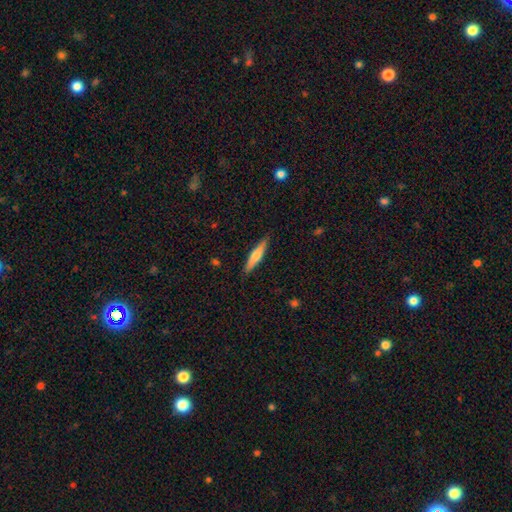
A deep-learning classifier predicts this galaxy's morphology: The model was most divided on "smooth or featured": smooth: 55%, featured or disk: 40%, star or artifact: 6%. More confident: merging — none (89%); how rounded — cigar-shaped (88%).